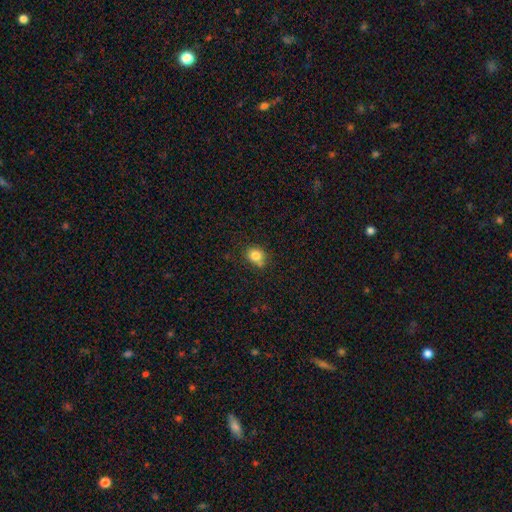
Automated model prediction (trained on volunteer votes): Morphology: type=smooth (82%); roundness=round (64%); merging=none (67%).